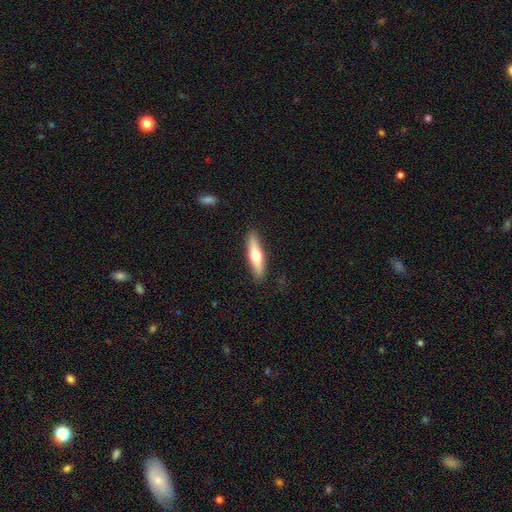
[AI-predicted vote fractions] Smooth or featured? Predicted: smooth (p=0.55). How rounded? Predicted: cigar-shaped (p=0.75). Merging? Predicted: none (p=0.89).